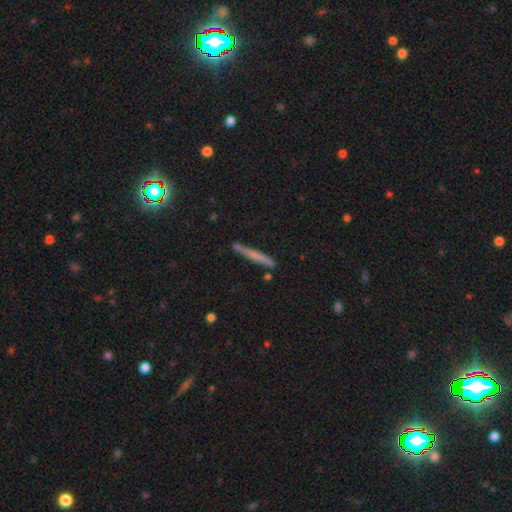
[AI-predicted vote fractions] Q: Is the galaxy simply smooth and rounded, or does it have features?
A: smooth — 54%.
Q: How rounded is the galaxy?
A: cigar-shaped — 96%.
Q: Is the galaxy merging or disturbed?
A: none — 86%.